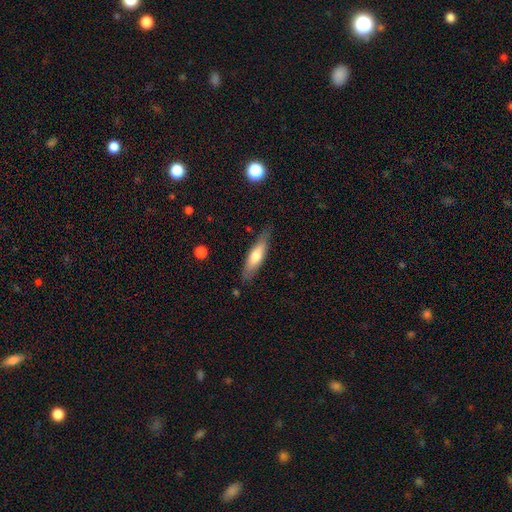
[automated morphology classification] Overall: smooth (61%; featured or disk 33%). How rounded: cigar-shaped (60%; in between 38%). Merging: none (80%).